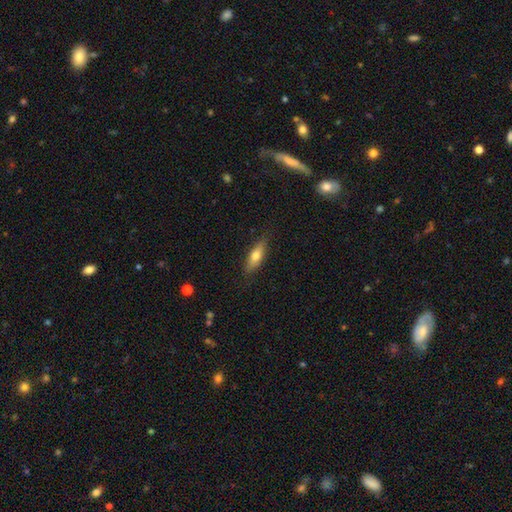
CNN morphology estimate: A smooth galaxy with no disk features (66%) that is in between round and cigar-shaped (54%).

Vote fractions:
- Smooth or featured? smooth: 66% / featured or disk: 28% / star or artifact: 7%
- How rounded? in between: 54% / cigar-shaped: 43% / round: 3%
- Merging? none: 83% / minor disturbance: 13% / major disturbance: 3% / merger: 1%